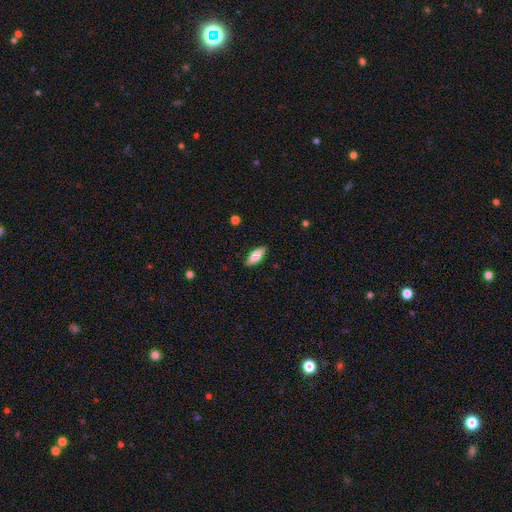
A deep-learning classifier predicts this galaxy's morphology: Smooth or featured?
  - smooth: 77% *
  - featured or disk: 18%
  - star or artifact: 6%
How rounded?
  - in between: 67% *
  - cigar-shaped: 31%
  - round: 2%
Merging?
  - none: 88% *
  - minor disturbance: 9%
  - major disturbance: 2%
  - merger: 1%